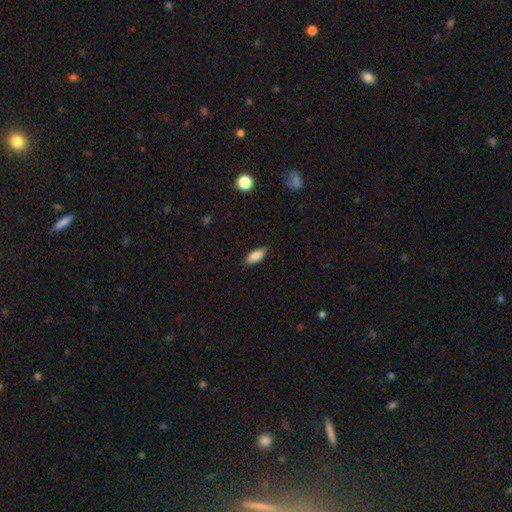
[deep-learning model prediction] This is clearly a smooth galaxy (86%). How rounded: clearly in between (80%). Merging: clearly none (84%).